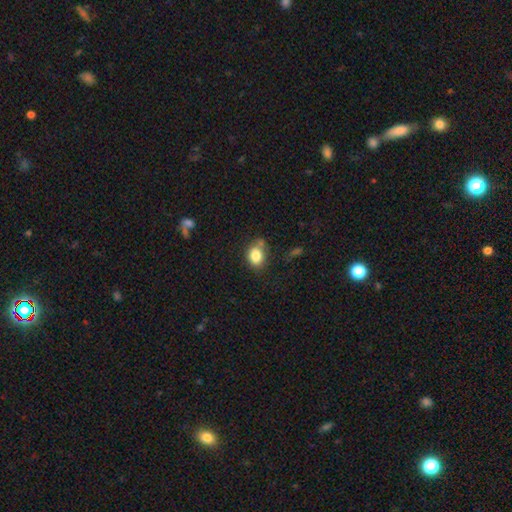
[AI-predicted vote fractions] smooth_or_featured: smooth (p=0.82) [alt: star or artifact p=0.10]
how_rounded: in between (p=0.54) [alt: round p=0.45]
merging: none (p=0.62) [alt: minor disturbance p=0.22]